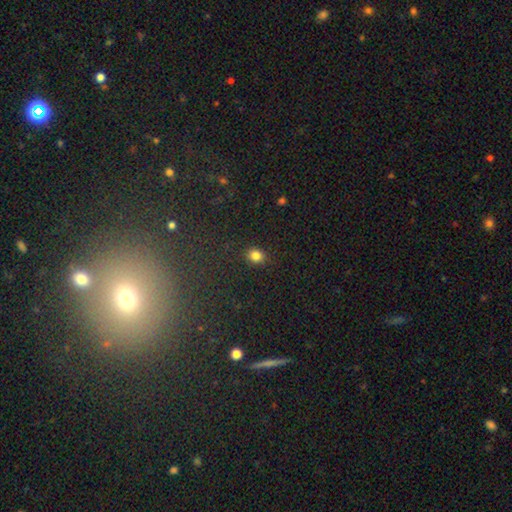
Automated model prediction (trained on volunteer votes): This is clearly a smooth galaxy (83%). How rounded: likely round (64%). Merging: clearly none (88%).